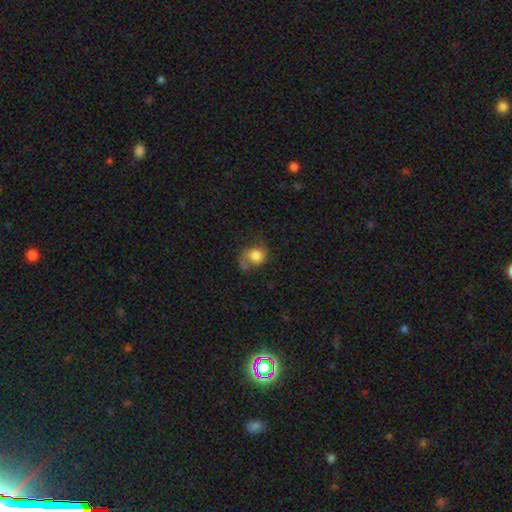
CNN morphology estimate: Overall: smooth (66%). How rounded: round (69%; in between 30%). Merging: none (44%; minor disturbance 27%).